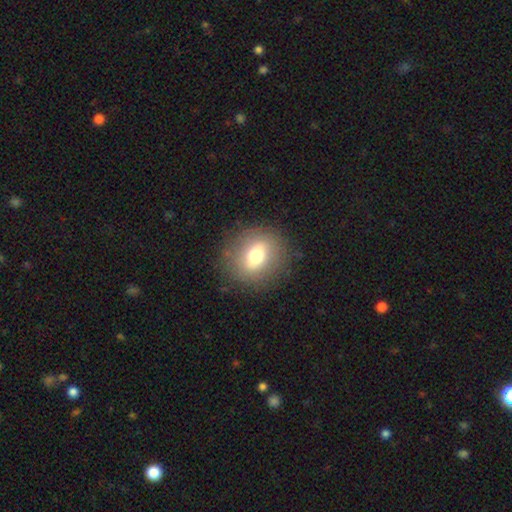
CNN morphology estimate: A smooth galaxy with no disk features (64%) that is round (70%). Merging: none (84%).